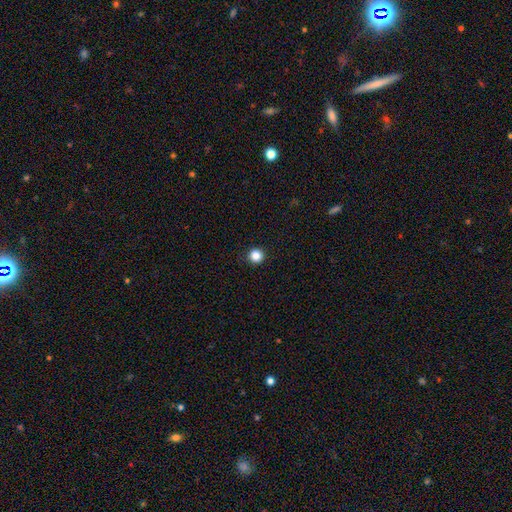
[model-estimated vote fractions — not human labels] Smooth or featured? Predicted: smooth (p=0.85). How rounded? Predicted: round (p=0.96). Merging? Predicted: none (p=0.93).